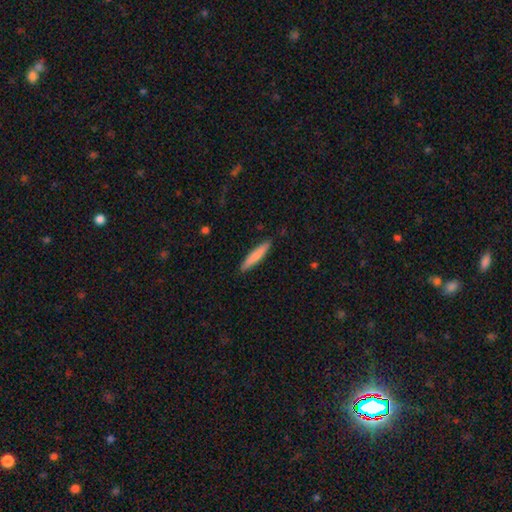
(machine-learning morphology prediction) smooth_or_featured: smooth (p=0.78) [alt: featured or disk p=0.17]
how_rounded: cigar-shaped (p=0.90) [alt: in between p=0.09]
merging: none (p=0.89) [alt: minor disturbance p=0.08]